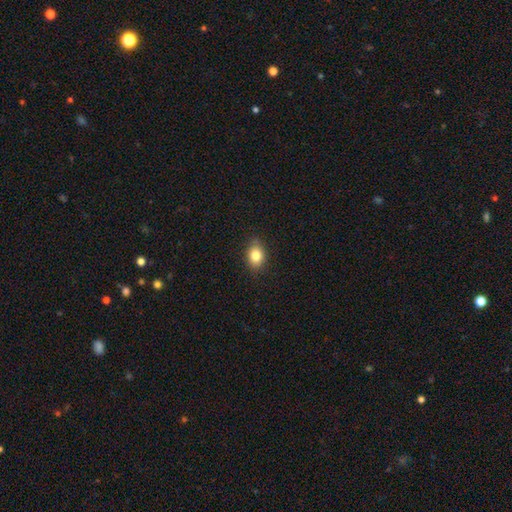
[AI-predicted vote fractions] Morphology: type=smooth (83%); roundness=in between (68%); merging=none (84%).